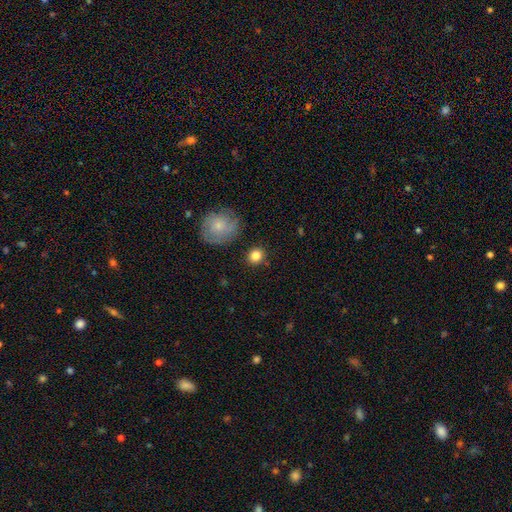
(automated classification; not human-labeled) A smooth galaxy with no disk features (84%) that is round (83%). Merging: none (86%).